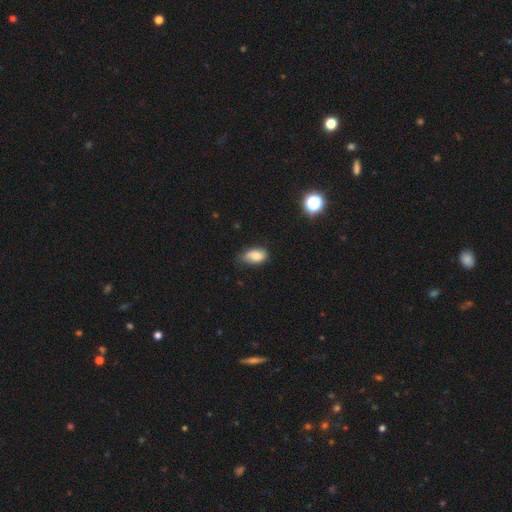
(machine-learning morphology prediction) This appears to be a smooth galaxy with no disk features (80%) that is in between round and cigar-shaped (90%). Merging: none (48%).